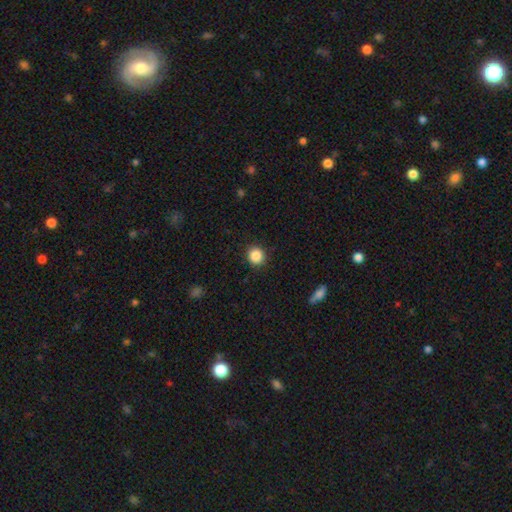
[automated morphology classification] A smooth galaxy with no disk features (87%) that is round (91%). Merging: none (91%).